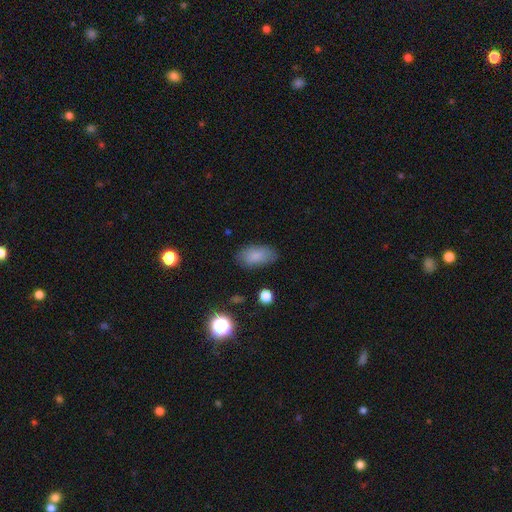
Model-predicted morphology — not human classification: Smooth or featured? smooth (83%)
How rounded? in between (92%)
Merging? none (78%)